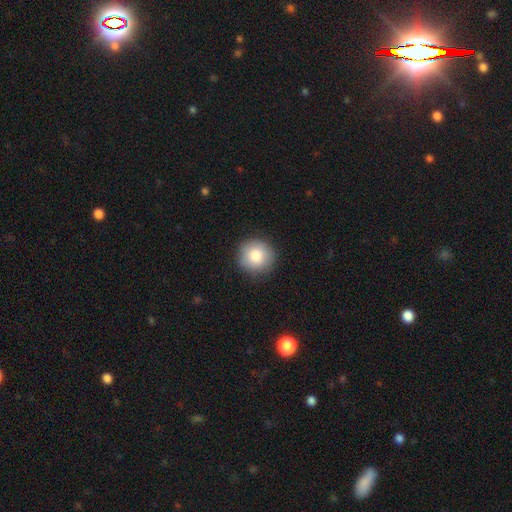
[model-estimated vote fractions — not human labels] Smooth or featured: smooth — 85% (star or artifact — 8%)
How rounded: round — 93% (in between — 6%)
Merging: none — 89% (minor disturbance — 8%)